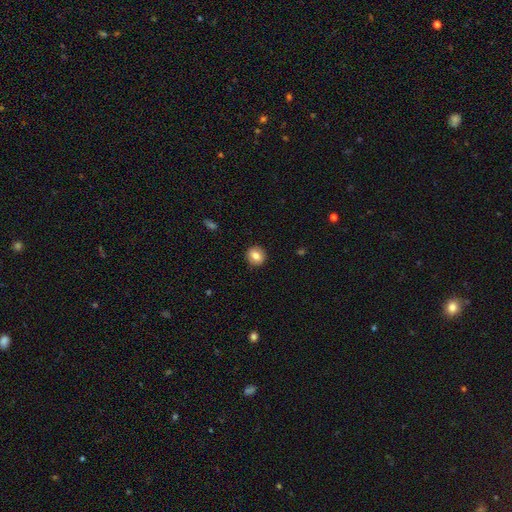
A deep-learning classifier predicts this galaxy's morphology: This appears to be a smooth galaxy with no disk features (80%) that is round (83%). Merging: none (91%).